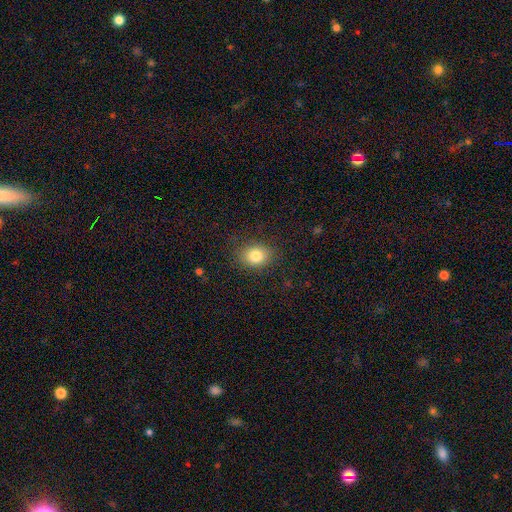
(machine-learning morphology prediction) Smooth or featured: smooth — 82% (star or artifact — 10%)
How rounded: in between — 54% (round — 44%)
Merging: none — 84% (minor disturbance — 11%)